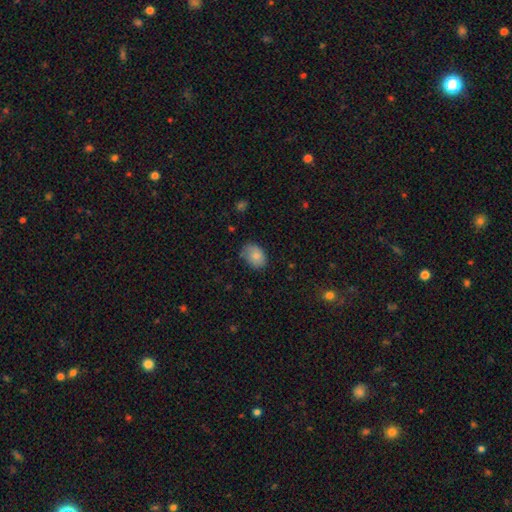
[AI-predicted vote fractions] smooth-or-featured: smooth: 81% | featured or disk: 11% | star or artifact: 8%
  how-rounded: in between: 78% | round: 21% | cigar-shaped: 1%
  merging: none: 69% | minor disturbance: 25% | major disturbance: 5% | merger: 1%